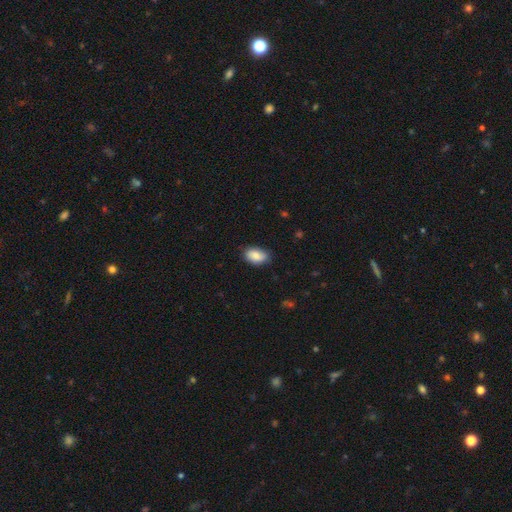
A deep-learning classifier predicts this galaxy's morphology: smooth_or_featured: smooth (p=0.83) [alt: featured or disk p=0.10]
how_rounded: in between (p=0.90) [alt: round p=0.08]
merging: none (p=0.78) [alt: minor disturbance p=0.18]